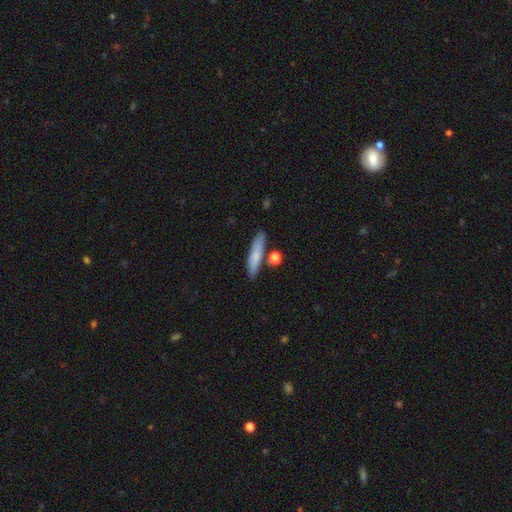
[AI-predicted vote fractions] Smooth or featured? Predicted: smooth (p=0.76). How rounded? Predicted: cigar-shaped (p=0.78). Merging? Predicted: none (p=0.79).